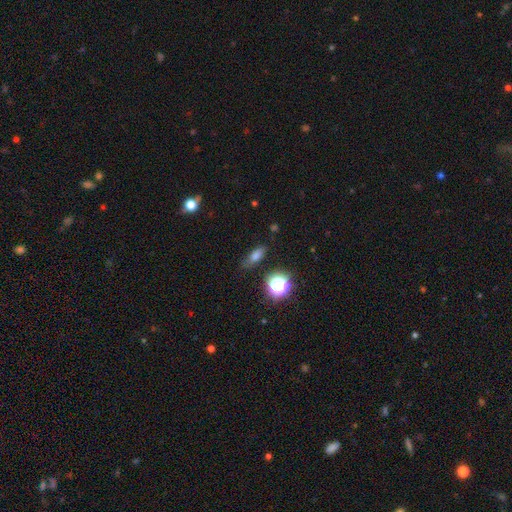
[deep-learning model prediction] Smooth or featured: smooth — 71% (star or artifact — 18%)
How rounded: in between — 64% (cigar-shaped — 23%)
Merging: none — 74% (minor disturbance — 18%)